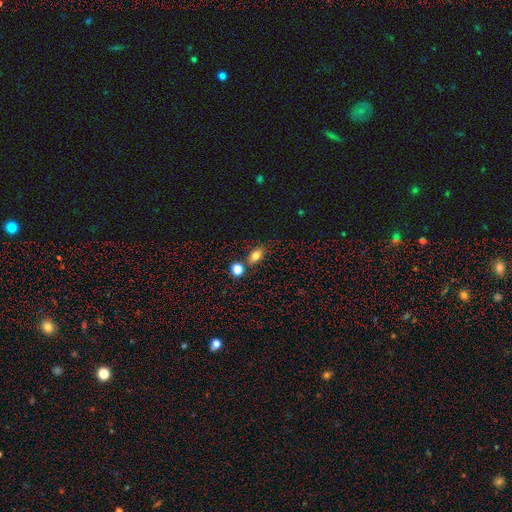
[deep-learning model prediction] Q: Smooth or featured?
A: smooth (77%); runner-up: star or artifact (12%)
Q: How rounded?
A: in between (78%); runner-up: round (16%)
Q: Merging?
A: none (73%); runner-up: merger (12%)